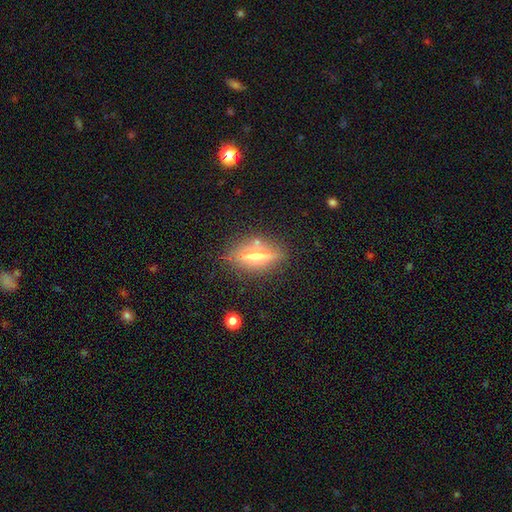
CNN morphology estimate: A featured or disk galaxy (58%) viewed edge-on (86%). Merging: none (79%).